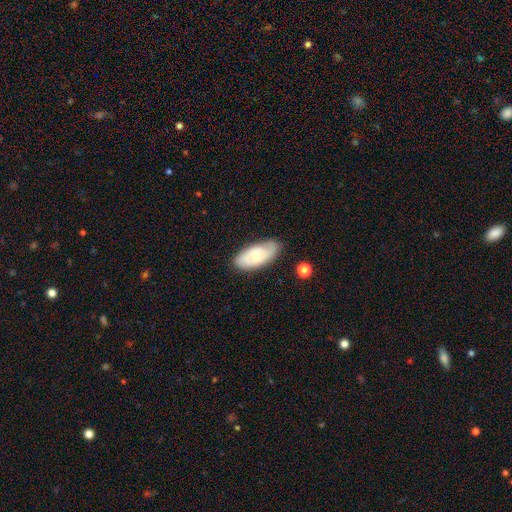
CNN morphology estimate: Q: Smooth or featured?
A: smooth (51%); runner-up: featured or disk (43%)
Q: How rounded?
A: in between (90%); runner-up: cigar-shaped (7%)
Q: Merging?
A: none (74%); runner-up: minor disturbance (20%)